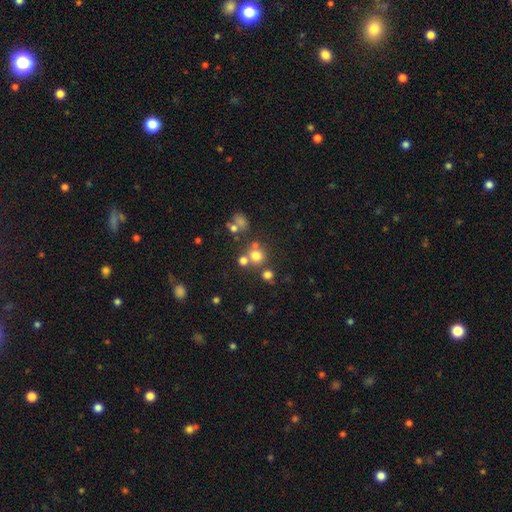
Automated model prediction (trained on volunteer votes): Overall: smooth (69%). How rounded: round (90%). Merging: none (62%; merger 25%).